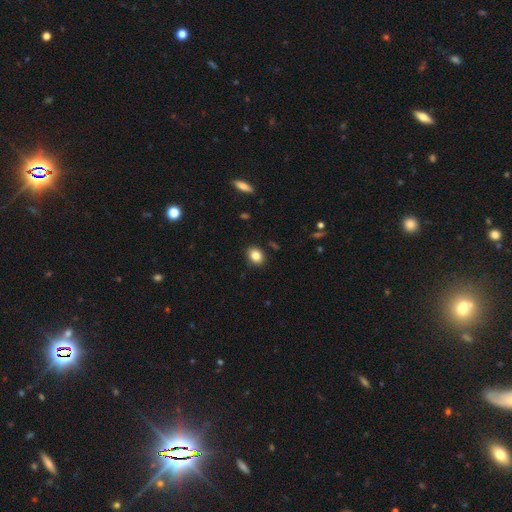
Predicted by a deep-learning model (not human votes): Smooth or featured? Predicted: smooth (p=0.84). How rounded? Predicted: in between (p=0.50). Merging? Predicted: none (p=0.89).